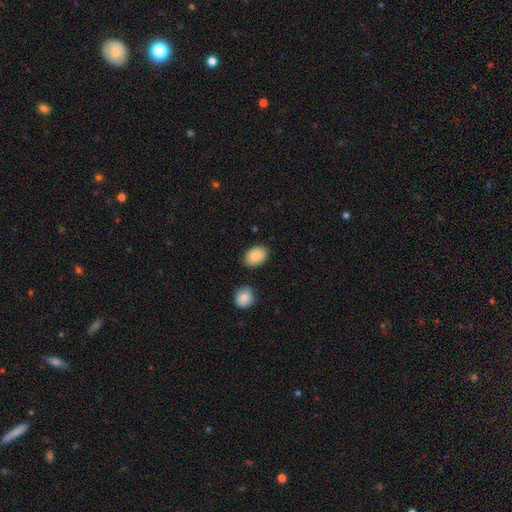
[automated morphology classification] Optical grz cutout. It shows a smooth galaxy with no disk features (88%) that is in between round and cigar-shaped (80%). Merging: none (83%).